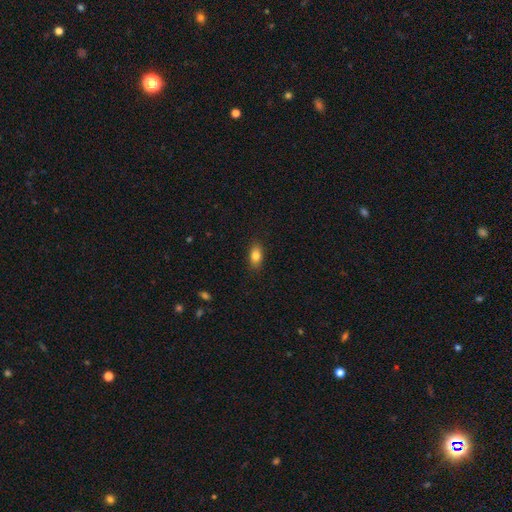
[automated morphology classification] This appears to be a smooth galaxy with no disk features (82%) that is in between round and cigar-shaped (87%). Merging: none (87%).